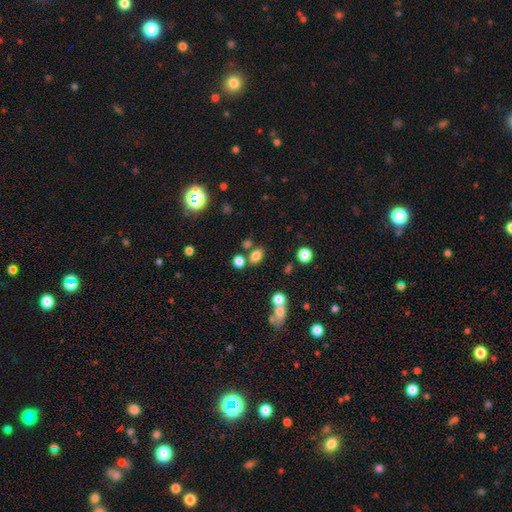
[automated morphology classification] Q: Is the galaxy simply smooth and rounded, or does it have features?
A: smooth — 77%.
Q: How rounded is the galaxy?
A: in between — 75%.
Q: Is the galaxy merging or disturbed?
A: none — 70%.